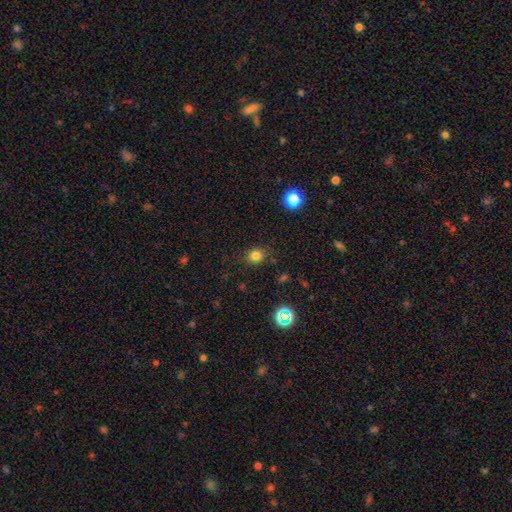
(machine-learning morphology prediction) type=smooth (79%); roundness=round (72%); merging=none (83%).